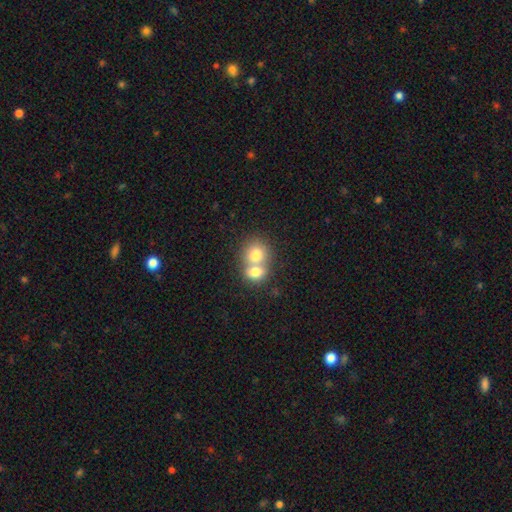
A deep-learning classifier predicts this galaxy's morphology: type=smooth (75%); roundness=round (71%); merging=merger (69%).